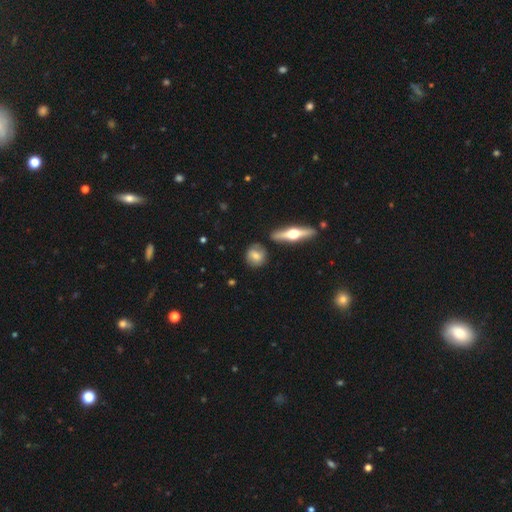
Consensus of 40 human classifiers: smooth_or_featured: smooth (p=0.60) [alt: featured or disk p=0.38]
how_rounded: round (p=0.88) [alt: cigar-shaped p=0.08]
merging: none (p=0.87) [alt: minor disturbance p=0.10]